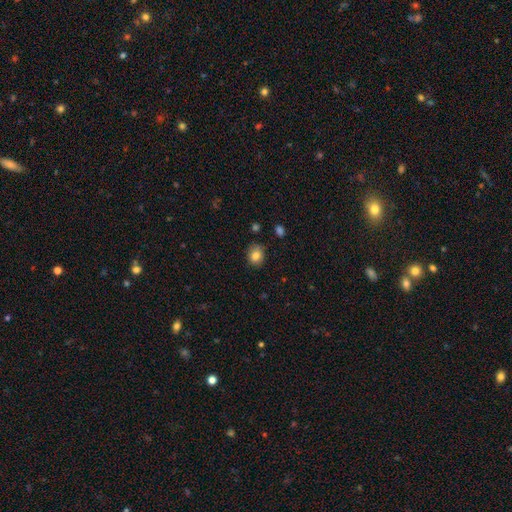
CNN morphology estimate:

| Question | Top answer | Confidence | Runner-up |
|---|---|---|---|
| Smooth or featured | smooth | 82% | star or artifact (10%) |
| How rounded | round | 56% | in between (43%) |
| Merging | none | 81% | minor disturbance (15%) |